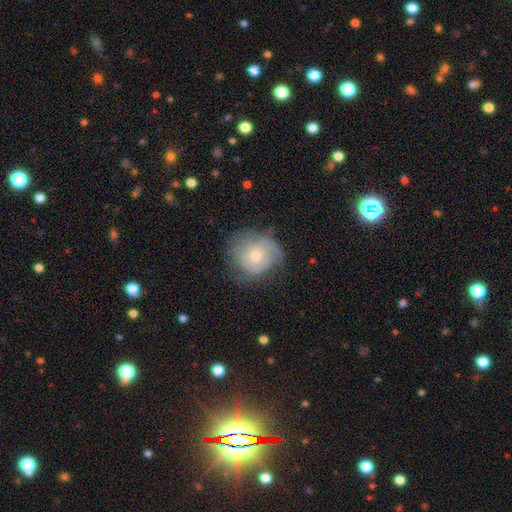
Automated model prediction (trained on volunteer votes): smooth 47%, featured or disk 45%, star or artifact 8%. Down the decision tree: merging — none (53%).